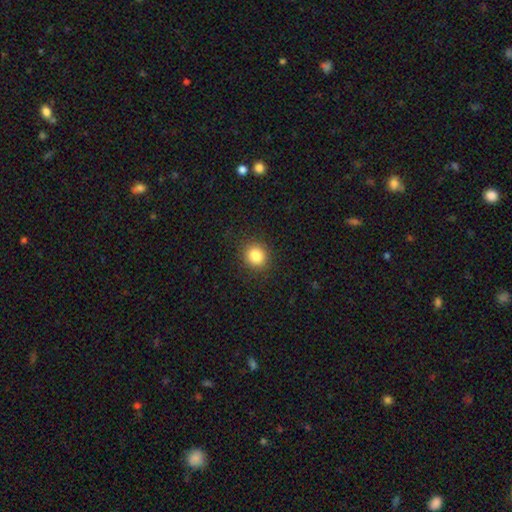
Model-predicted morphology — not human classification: Q: Smooth or featured?
A: smooth (84%); runner-up: star or artifact (11%)
Q: How rounded?
A: round (81%); runner-up: in between (18%)
Q: Merging?
A: none (89%); runner-up: minor disturbance (7%)